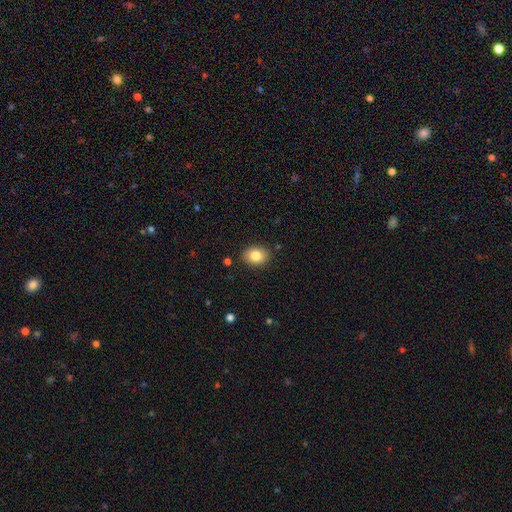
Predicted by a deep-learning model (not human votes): The model was most divided on "how rounded": in between: 66%, round: 33%, cigar-shaped: 1%. More confident: merging — none (88%); smooth or featured — smooth (83%).